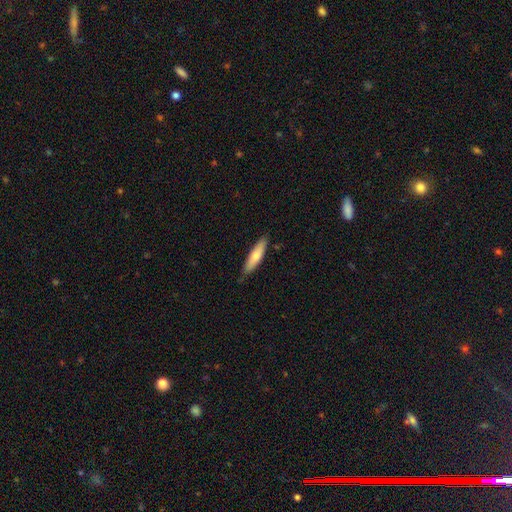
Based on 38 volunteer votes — smooth 55%, featured or disk 37%, star or artifact 8%. Down the decision tree: how rounded — cigar-shaped (90%); merging — none (71%).